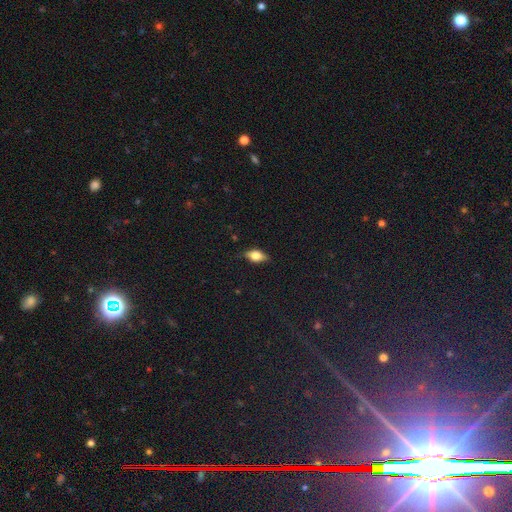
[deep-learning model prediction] The model was most divided on "smooth or featured": smooth: 60%, featured or disk: 30%, star or artifact: 9%. More confident: how rounded — in between (81%); merging — none (78%).